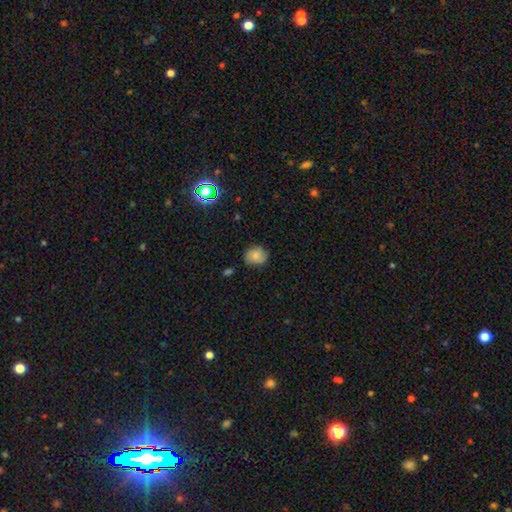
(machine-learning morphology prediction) type=smooth (69%); roundness=round (59%); merging=none (70%).